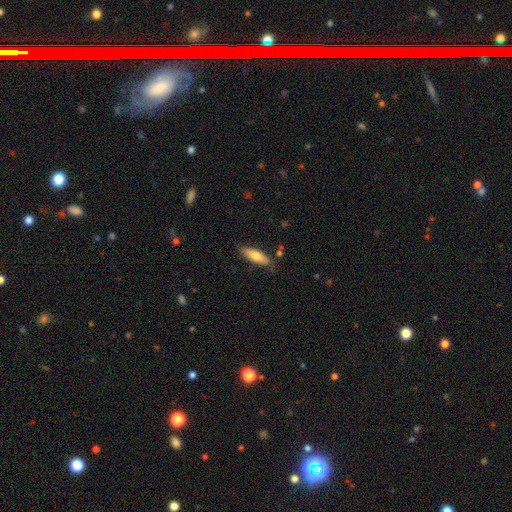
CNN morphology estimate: The model was most divided on "how rounded": cigar-shaped: 53%, in between: 45%, round: 2%. More confident: merging — none (81%); smooth or featured — smooth (71%).